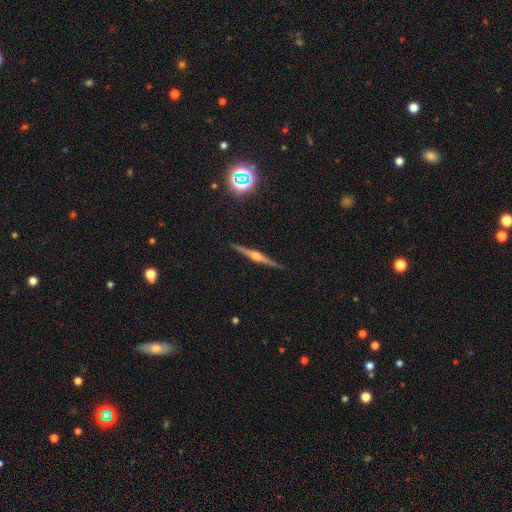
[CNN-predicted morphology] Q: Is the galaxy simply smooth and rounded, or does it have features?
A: featured or disk — 82%.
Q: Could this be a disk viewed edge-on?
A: yes — 98%.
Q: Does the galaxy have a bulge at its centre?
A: rounded — 85%.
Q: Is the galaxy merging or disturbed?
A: none — 92%.